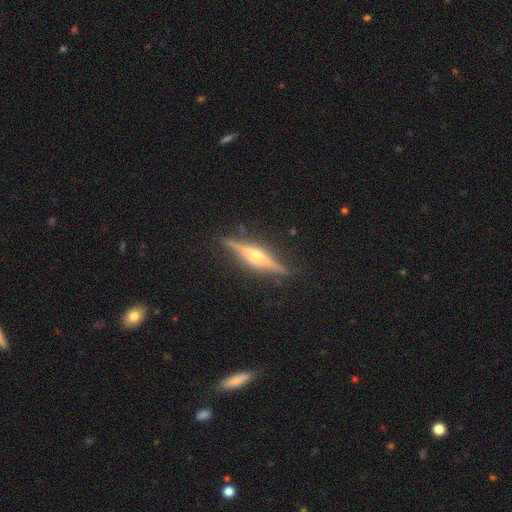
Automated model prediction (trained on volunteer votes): A featured or disk galaxy (81%) viewed edge-on (97%) with a rounded central bulge (86%).

Vote fractions:
- Smooth or featured? featured or disk: 81% / smooth: 13% / star or artifact: 6%
- Edge-on disk? yes: 97% / no: 3%
- Edge-on bulge? rounded: 86% / boxy: 9% / none: 5%
- Merging? none: 88% / minor disturbance: 9% / major disturbance: 2% / merger: 1%